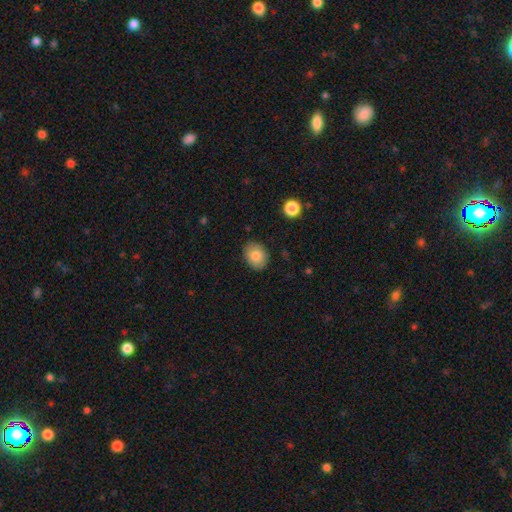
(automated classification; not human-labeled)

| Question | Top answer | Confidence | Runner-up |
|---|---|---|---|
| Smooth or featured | smooth | 83% | featured or disk (9%) |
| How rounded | in between | 54% | round (45%) |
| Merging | none | 87% | minor disturbance (10%) |